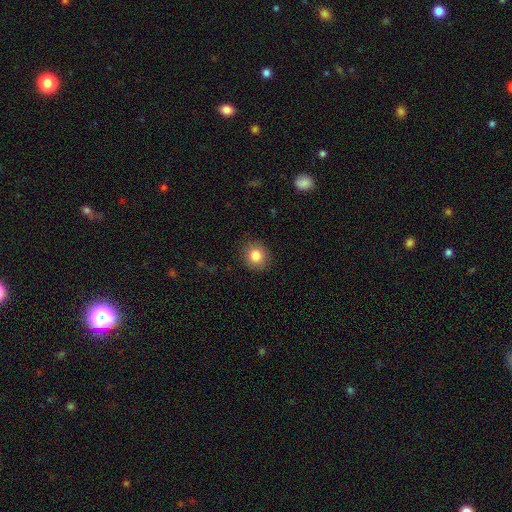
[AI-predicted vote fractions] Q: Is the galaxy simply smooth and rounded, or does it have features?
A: smooth — 84%.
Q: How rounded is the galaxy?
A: round — 82%.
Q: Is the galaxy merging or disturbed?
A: none — 89%.